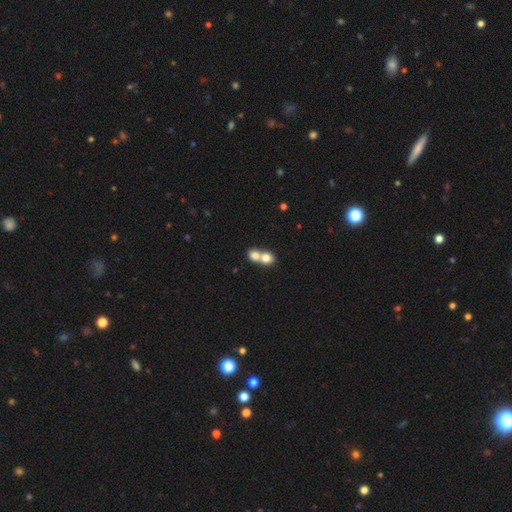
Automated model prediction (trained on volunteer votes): This appears to be a smooth galaxy with no disk features (77%) that is round (70%). Merging: merger (68%).